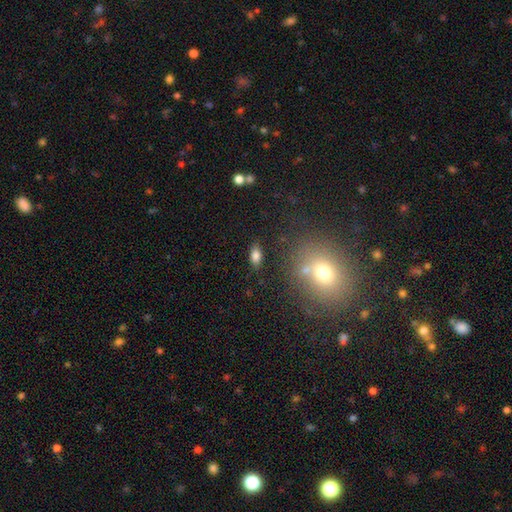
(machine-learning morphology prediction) smooth-or-featured: smooth: 80% | star or artifact: 10% | featured or disk: 10%
  how-rounded: in between: 88% | cigar-shaped: 7% | round: 5%
  merging: none: 84% | minor disturbance: 10% | major disturbance: 3% | merger: 3%